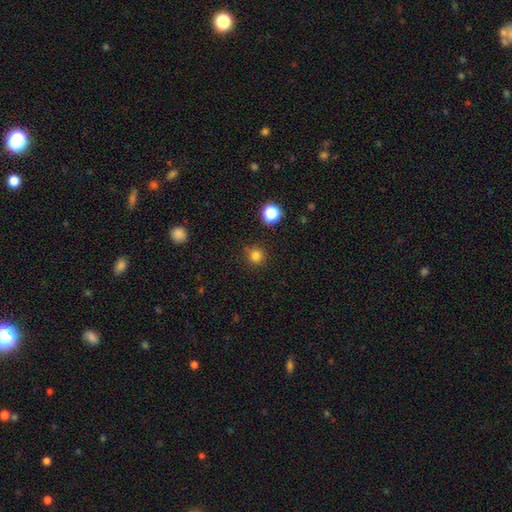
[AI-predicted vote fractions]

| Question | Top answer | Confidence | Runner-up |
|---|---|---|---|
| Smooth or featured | smooth | 81% | star or artifact (15%) |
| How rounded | round | 95% | in between (4%) |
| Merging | none | 88% | minor disturbance (8%) |